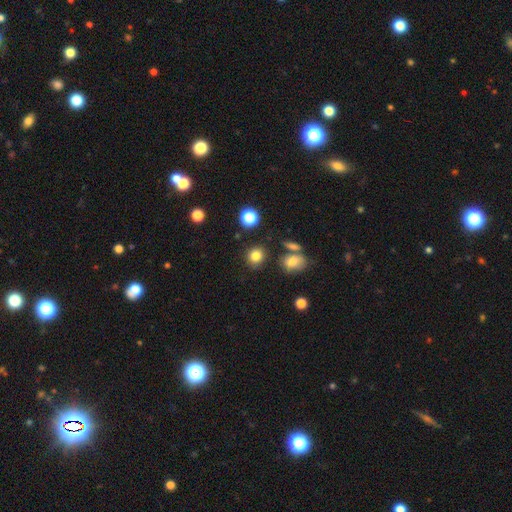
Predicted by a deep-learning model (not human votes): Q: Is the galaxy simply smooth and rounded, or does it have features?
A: smooth — 81%.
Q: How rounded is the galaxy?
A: round — 82%.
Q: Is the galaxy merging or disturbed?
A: none — 83%.